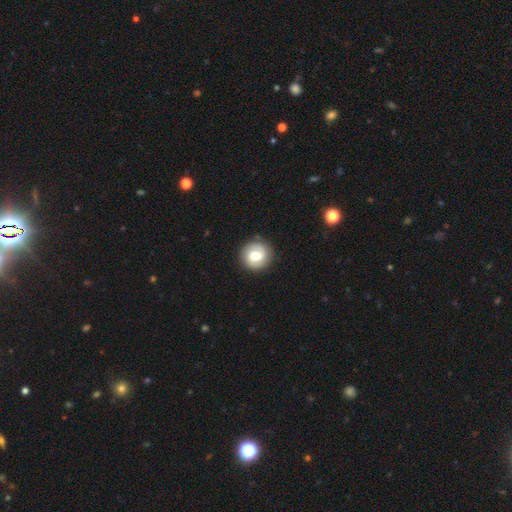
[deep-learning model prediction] Smooth or featured?
  - smooth: 54% *
  - featured or disk: 39%
  - star or artifact: 7%
How rounded?
  - round: 90% *
  - in between: 9%
  - cigar-shaped: 1%
Merging?
  - none: 88% *
  - minor disturbance: 9%
  - major disturbance: 3%
  - merger: 1%